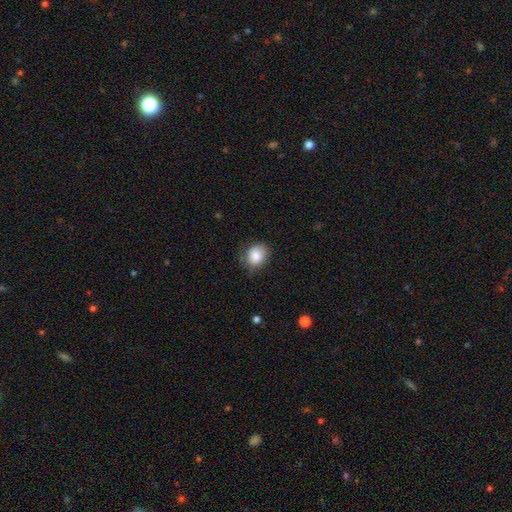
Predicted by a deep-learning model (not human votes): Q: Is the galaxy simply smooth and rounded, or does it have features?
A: smooth — 85%.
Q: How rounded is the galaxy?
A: round — 59%.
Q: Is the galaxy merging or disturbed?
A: none — 70%.